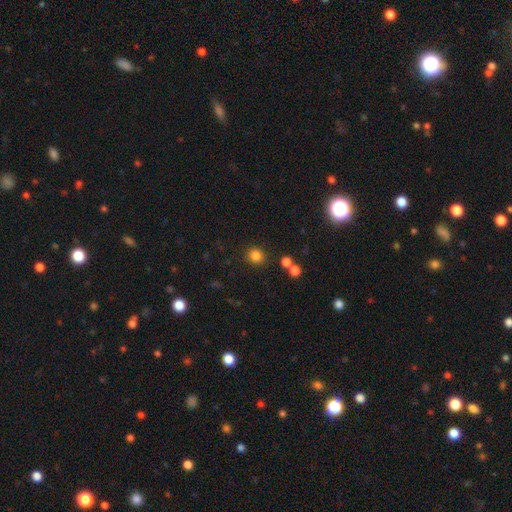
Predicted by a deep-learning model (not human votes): Morphology: type=smooth (83%); roundness=round (86%); merging=none (85%).